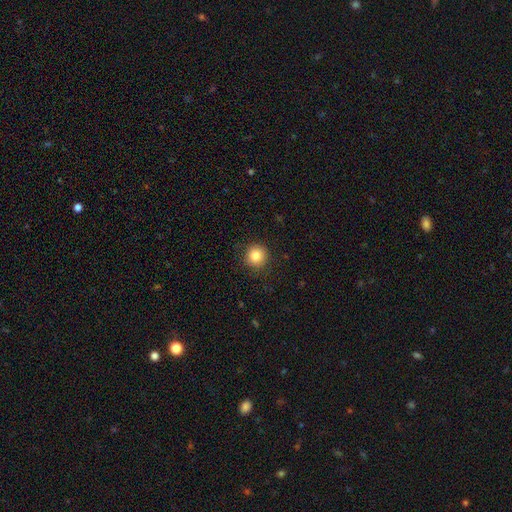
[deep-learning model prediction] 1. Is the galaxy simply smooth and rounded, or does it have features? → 84% smooth, 10% star or artifact, 6% featured or disk.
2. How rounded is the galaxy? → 94% round, 5% in between, 1% cigar-shaped.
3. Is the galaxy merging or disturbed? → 90% none, 7% minor disturbance, 2% major disturbance, 1% merger.